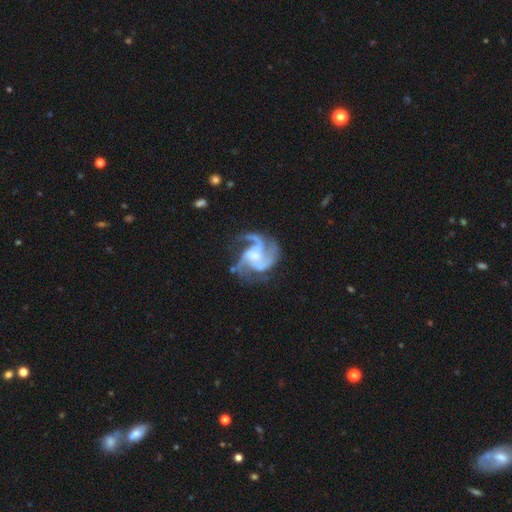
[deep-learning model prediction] The model was most divided on "bulge size": small: 53%, moderate: 31%, none: 11%, large: 4%, dominant: 1%. More confident: edge-on disk — no (98%); spiral arms — yes (97%); smooth or featured — featured or disk (90%); spiral arm count — 3 (63%); bar — no (59%); merging — none (59%); spiral winding — medium (57%).